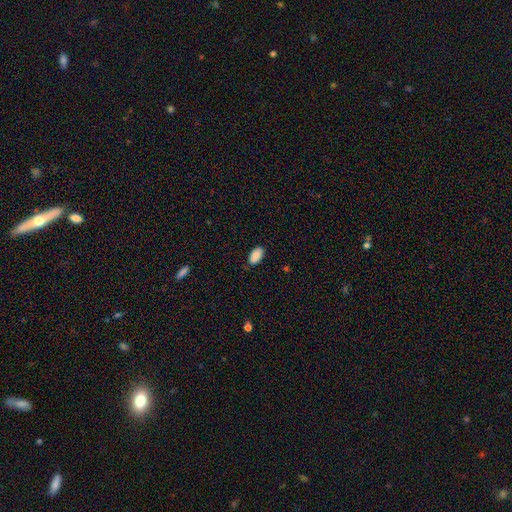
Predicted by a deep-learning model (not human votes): Smooth or featured? smooth (89%)
How rounded? in between (94%)
Merging? none (82%)